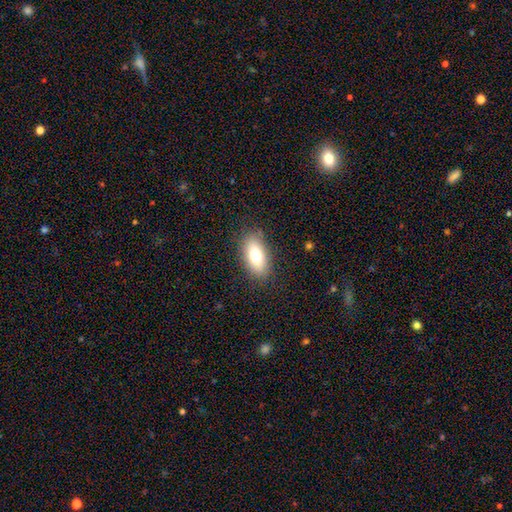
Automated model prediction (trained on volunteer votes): A smooth galaxy with no disk features (75%) that is in between round and cigar-shaped (86%).

Vote fractions:
- Smooth or featured? smooth: 75% / featured or disk: 17% / star or artifact: 8%
- How rounded? in between: 86% / cigar-shaped: 9% / round: 5%
- Merging? none: 85% / minor disturbance: 11% / major disturbance: 3% / merger: 1%